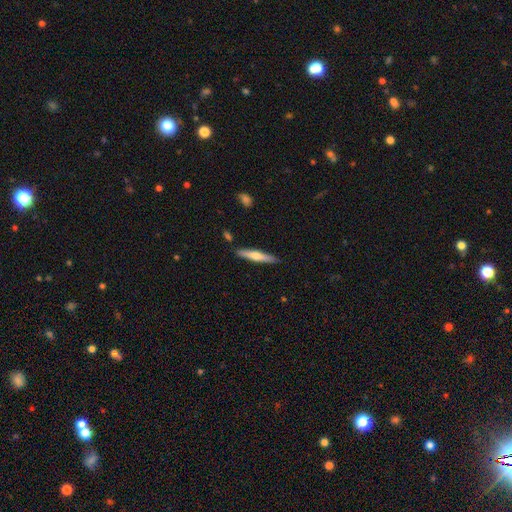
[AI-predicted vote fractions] Smooth or featured? smooth (52%)
How rounded? cigar-shaped (91%)
Merging? none (88%)